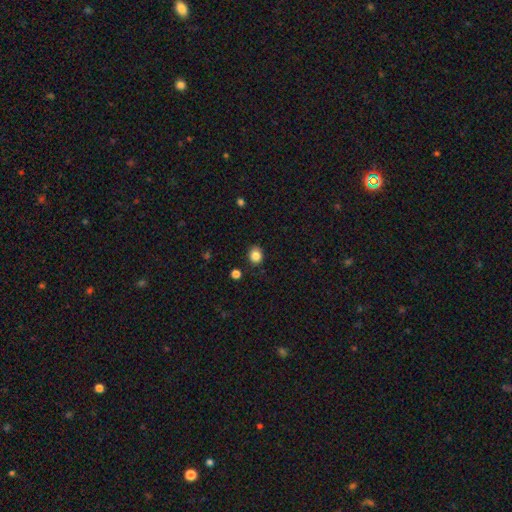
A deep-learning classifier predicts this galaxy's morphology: Q: Smooth or featured?
A: smooth (84%); runner-up: star or artifact (11%)
Q: How rounded?
A: round (68%); runner-up: in between (31%)
Q: Merging?
A: none (85%); runner-up: minor disturbance (10%)